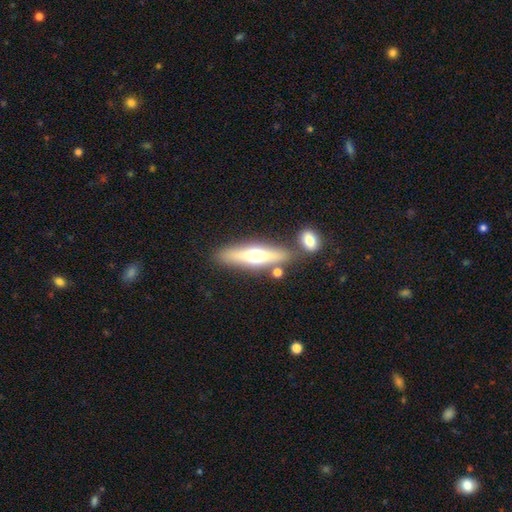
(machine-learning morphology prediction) type=featured or disk (48%); merging=none (75%).